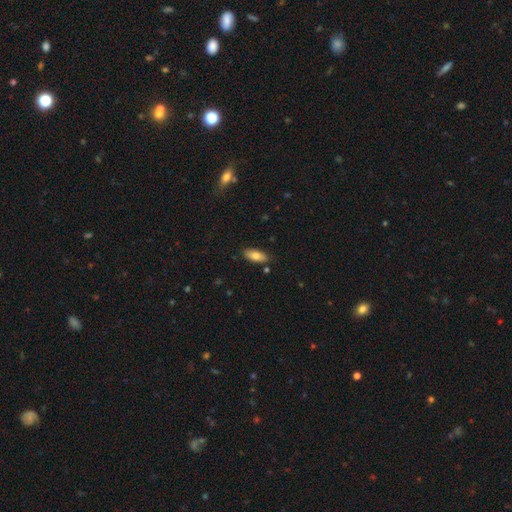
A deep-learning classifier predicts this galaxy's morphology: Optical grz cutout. It shows a smooth galaxy with no disk features (79%) that is in between round and cigar-shaped (84%). Merging: none (85%).